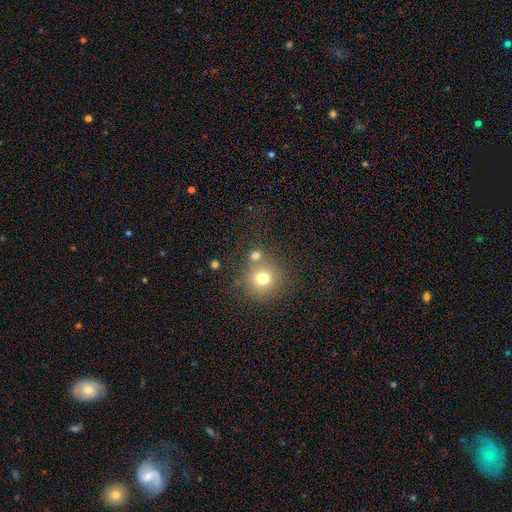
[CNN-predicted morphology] smooth 73%, star or artifact 16%, featured or disk 11%. Down the decision tree: how rounded — round (85%); merging — none (62%).